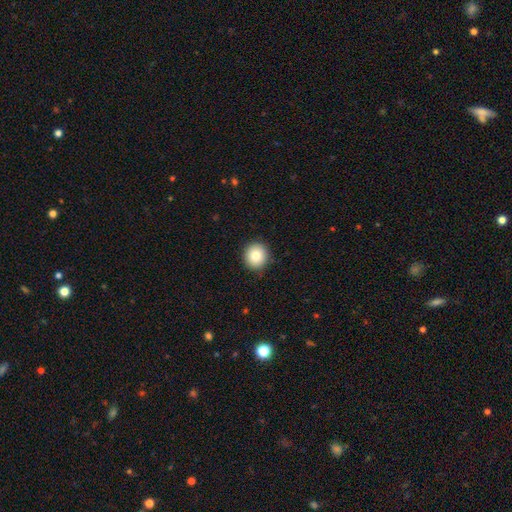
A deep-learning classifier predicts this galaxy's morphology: smooth 81%, featured or disk 9%, star or artifact 9%. Down the decision tree: how rounded — round (92%); merging — none (91%).